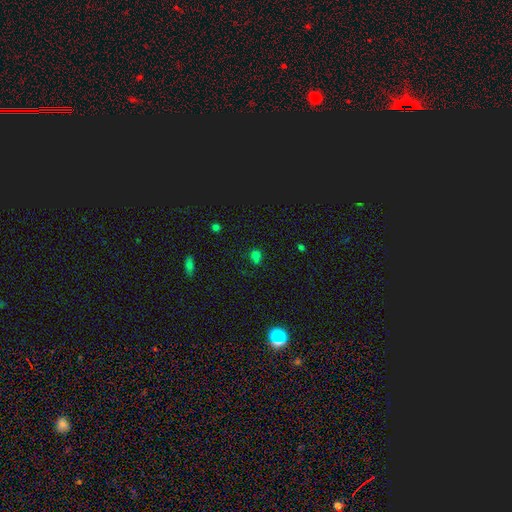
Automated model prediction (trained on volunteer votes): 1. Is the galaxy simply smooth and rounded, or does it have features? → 66% smooth, 28% star or artifact, 6% featured or disk.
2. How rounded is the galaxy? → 55% round, 44% in between, 2% cigar-shaped.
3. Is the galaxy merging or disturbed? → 69% none, 19% minor disturbance, 6% major disturbance, 5% merger.